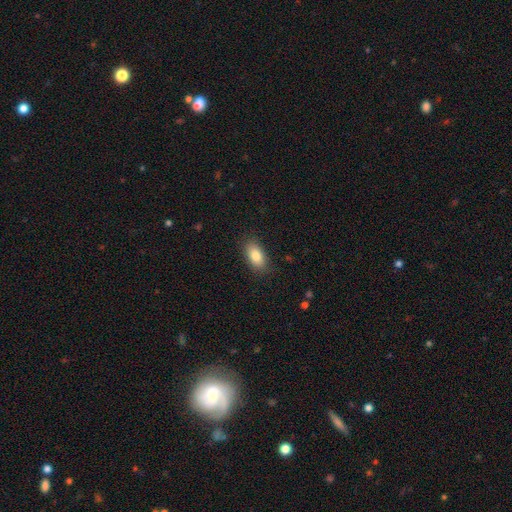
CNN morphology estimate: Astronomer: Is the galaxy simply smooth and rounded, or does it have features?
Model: smooth — 85%.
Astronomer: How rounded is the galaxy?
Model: in between — 91%.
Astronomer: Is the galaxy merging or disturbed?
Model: none — 85%.